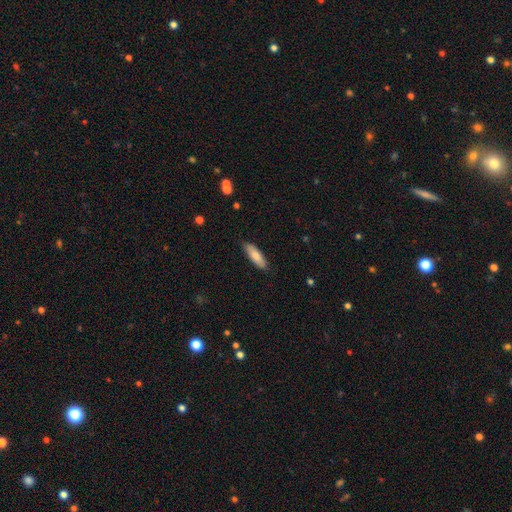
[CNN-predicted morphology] This appears to be a smooth galaxy with no disk features (80%) that is in between round and cigar-shaped (53%). Merging: none (84%).